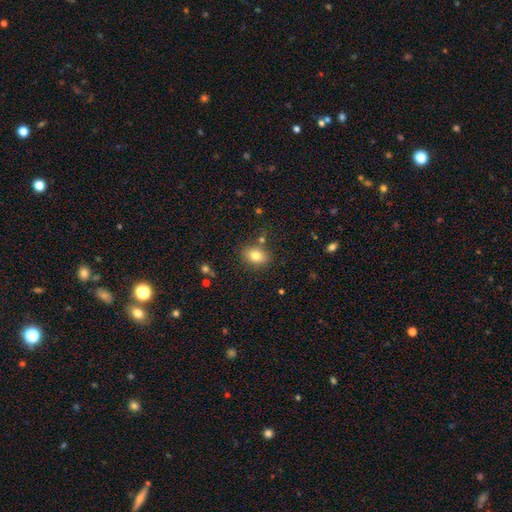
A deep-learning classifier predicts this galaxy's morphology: Smooth or featured: smooth — 80% (star or artifact — 11%)
How rounded: in between — 70% (round — 28%)
Merging: none — 80% (minor disturbance — 11%)